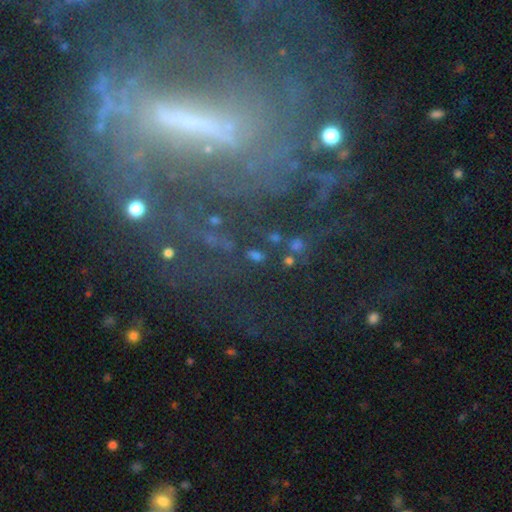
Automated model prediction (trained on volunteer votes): Smooth or featured?
  - smooth: 47% *
  - star or artifact: 37%
  - featured or disk: 16%
Merging?
  - none: 67% *
  - minor disturbance: 14%
  - merger: 11%
  - major disturbance: 9%